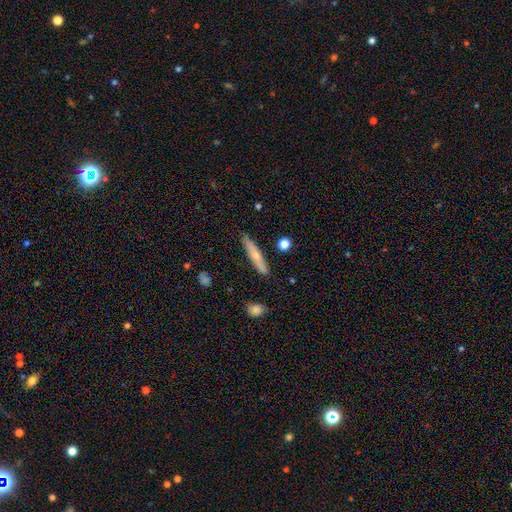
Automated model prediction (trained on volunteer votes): Overall: smooth (54%; featured or disk 40%). How rounded: cigar-shaped (90%). Merging: none (86%).